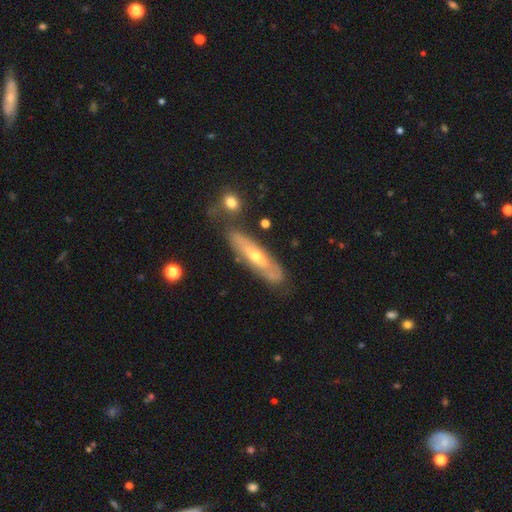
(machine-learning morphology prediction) smooth_or_featured: featured or disk (p=0.68) [alt: smooth p=0.25]
disk_edge_on: no (p=0.56) [alt: yes p=0.44]
merging: none (p=0.73) [alt: minor disturbance p=0.16]